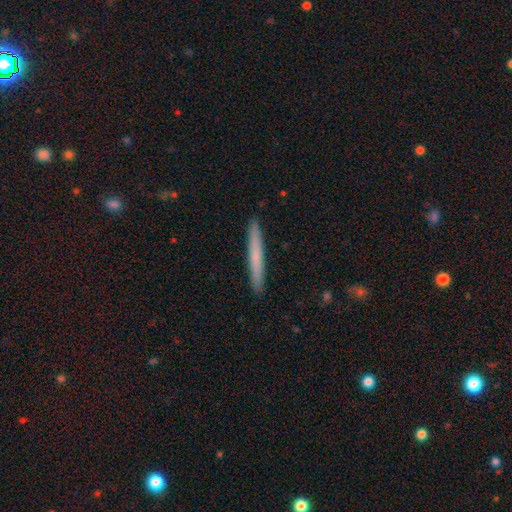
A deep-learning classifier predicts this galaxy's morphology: smooth-or-featured: smooth: 66% | featured or disk: 29% | star or artifact: 5%
  how-rounded: cigar-shaped: 97% | in between: 2% | round: 1%
  merging: none: 93% | minor disturbance: 5% | major disturbance: 1% | merger: 1%